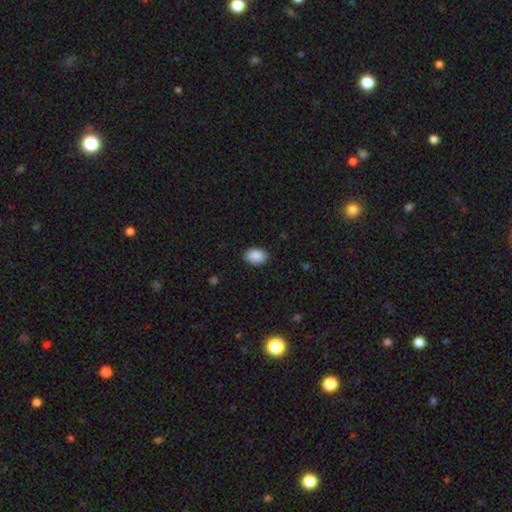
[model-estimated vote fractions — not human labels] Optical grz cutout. It shows a smooth galaxy with no disk features (90%) that is in between round and cigar-shaped (80%). Merging: none (87%).